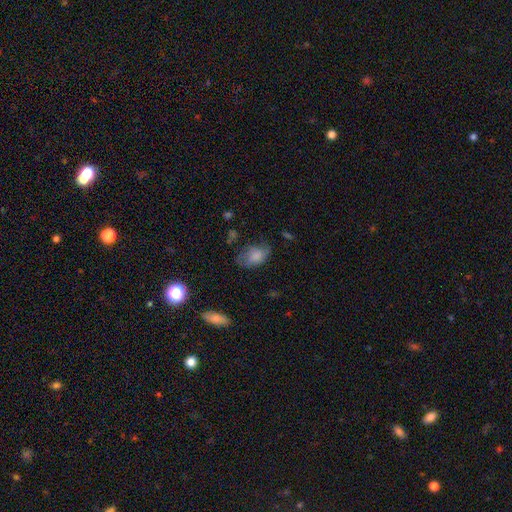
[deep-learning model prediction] Smooth or featured?
  - smooth: 74% *
  - featured or disk: 17%
  - star or artifact: 9%
How rounded?
  - in between: 87% *
  - round: 11%
  - cigar-shaped: 2%
Merging?
  - none: 50% *
  - minor disturbance: 31%
  - major disturbance: 16%
  - merger: 2%